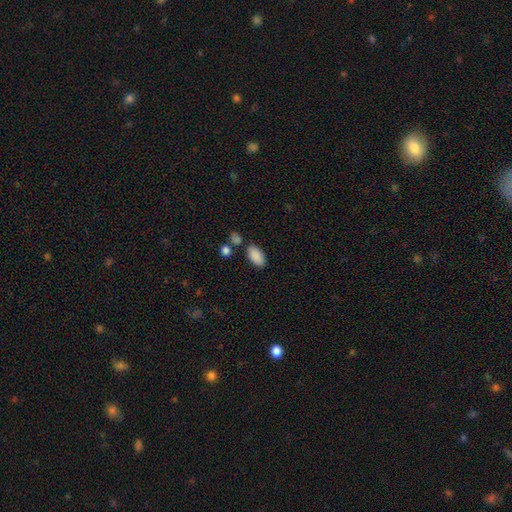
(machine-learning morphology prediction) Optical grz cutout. It shows a smooth galaxy with no disk features (89%) that is in between round and cigar-shaped (94%). Merging: none (76%).